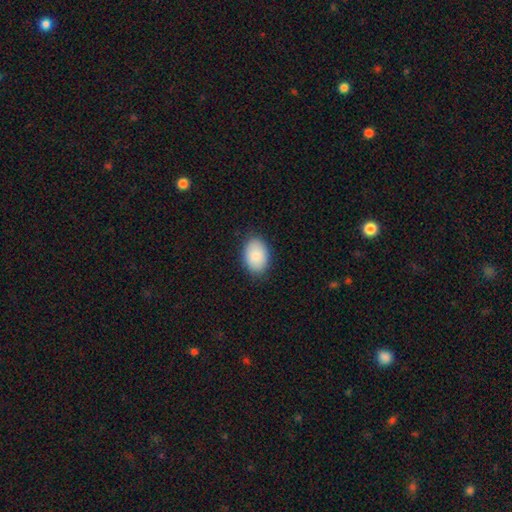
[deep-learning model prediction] This appears to be a smooth galaxy with no disk features (87%) that is in between round and cigar-shaped (85%). Merging: none (85%).